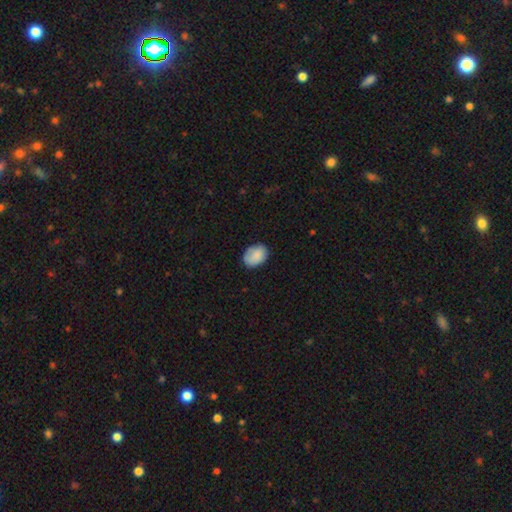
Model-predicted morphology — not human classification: smooth_or_featured: smooth (p=0.86) [alt: star or artifact p=0.07]
how_rounded: in between (p=0.74) [alt: round p=0.26]
merging: none (p=0.76) [alt: minor disturbance p=0.19]